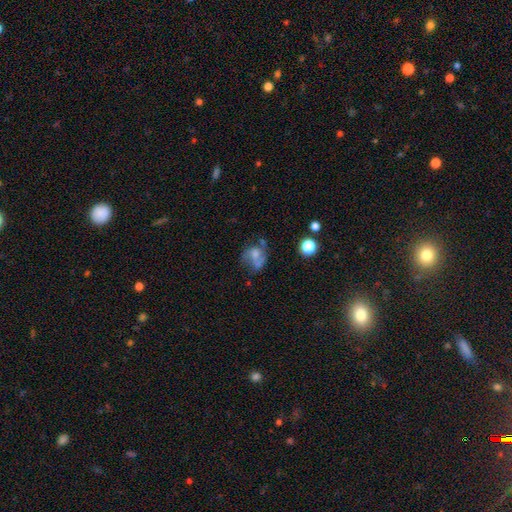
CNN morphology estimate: A featured or disk galaxy (45%).

Vote fractions:
- Smooth or featured? featured or disk: 45% / smooth: 41% / star or artifact: 14%
- Merging? none: 32% / major disturbance: 31% / minor disturbance: 22% / merger: 15%